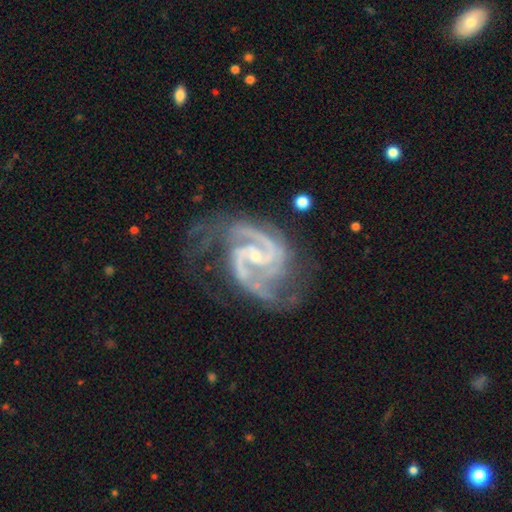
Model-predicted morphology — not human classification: Overall: featured or disk (93%). Edge-on disk: no (98%). Bar: weak (49%; no 33%). Spiral arms: yes (98%). Spiral arm count: 2 (81%). Spiral winding: medium (56%; tight 33%). Bulge size: small (63%; moderate 29%). Merging: none (51%; minor disturbance 24%).